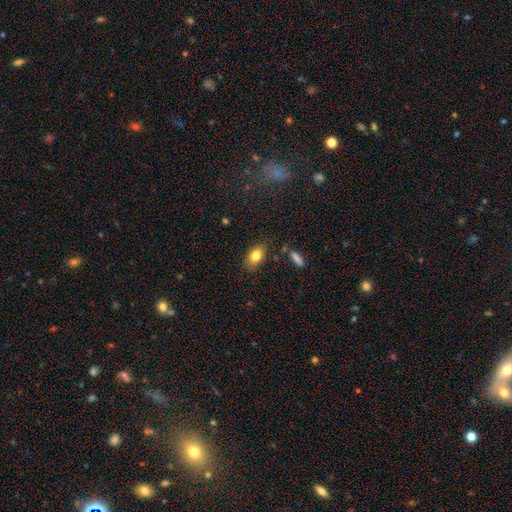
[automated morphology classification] This appears to be a smooth galaxy with no disk features (81%) that is in between round and cigar-shaped (85%). Merging: none (81%).